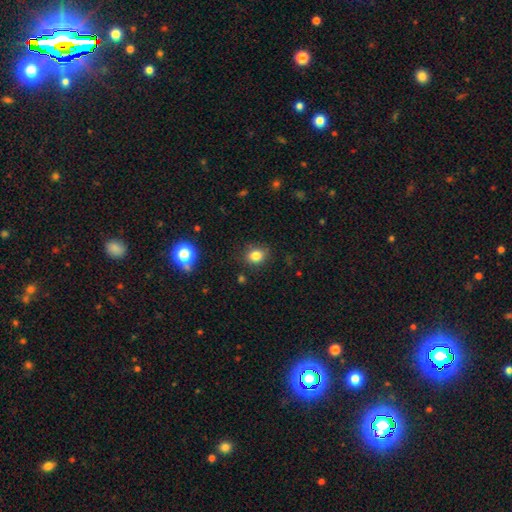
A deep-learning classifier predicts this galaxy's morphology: Smooth or featured? Predicted: smooth (p=0.82). How rounded? Predicted: round (p=0.67). Merging? Predicted: none (p=0.84).